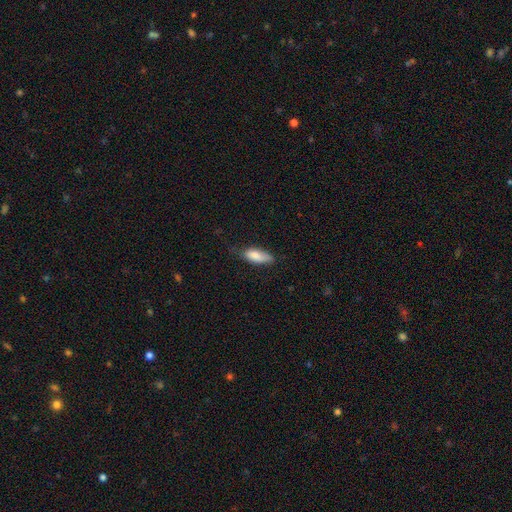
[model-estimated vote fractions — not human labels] The model was most divided on "merging": none: 60%, minor disturbance: 31%, major disturbance: 7%, merger: 2%. More confident: smooth or featured — smooth (82%); how rounded — in between (75%).